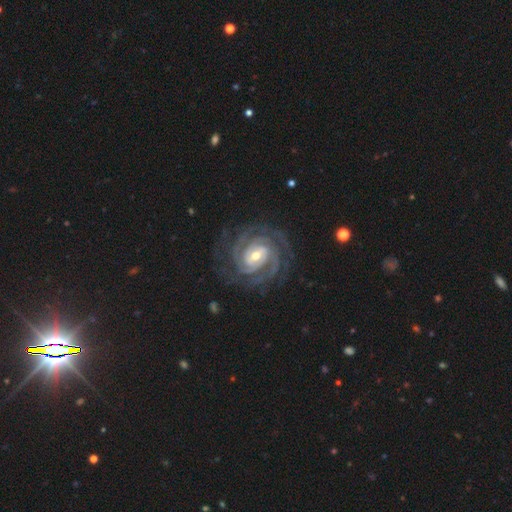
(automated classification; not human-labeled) Q: Smooth or featured?
A: featured or disk (94%); runner-up: star or artifact (4%)
Q: Edge-on disk?
A: no (98%); runner-up: yes (2%)
Q: Bar?
A: weak (41%); runner-up: strong (36%)
Q: Spiral arms?
A: yes (99%); runner-up: no (1%)
Q: Spiral winding?
A: tight (77%); runner-up: medium (20%)
Q: Spiral arm count?
A: 3 (32%); runner-up: 2 (25%)
Q: Bulge size?
A: moderate (54%); runner-up: small (41%)
Q: Merging?
A: none (80%); runner-up: minor disturbance (13%)